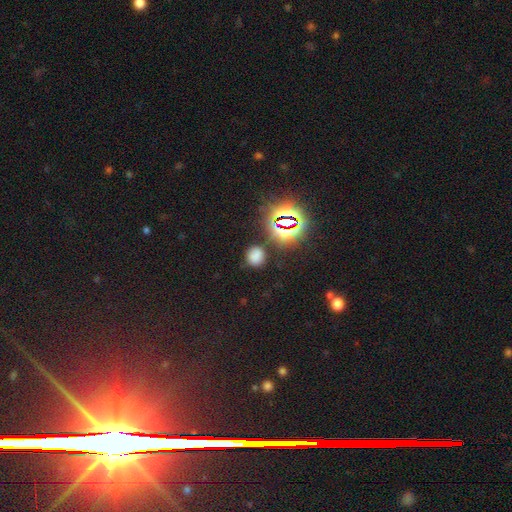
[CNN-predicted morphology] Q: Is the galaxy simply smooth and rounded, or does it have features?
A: smooth — 65%.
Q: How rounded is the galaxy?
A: round — 75%.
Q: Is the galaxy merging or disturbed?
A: none — 78%.